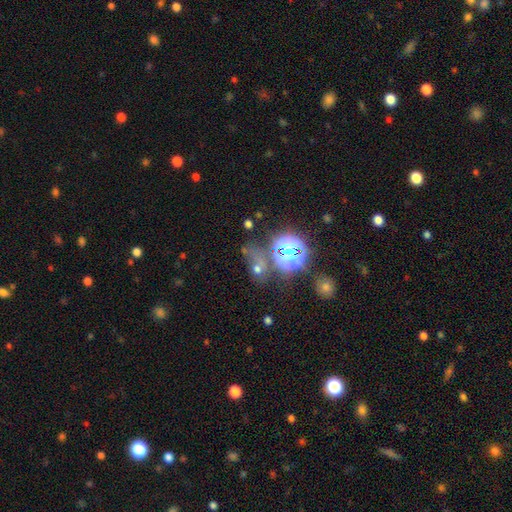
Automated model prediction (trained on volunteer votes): A star or artifact, not a galaxy (57%).

Vote fractions:
- Smooth or featured? star or artifact: 57% / smooth: 29% / featured or disk: 14%